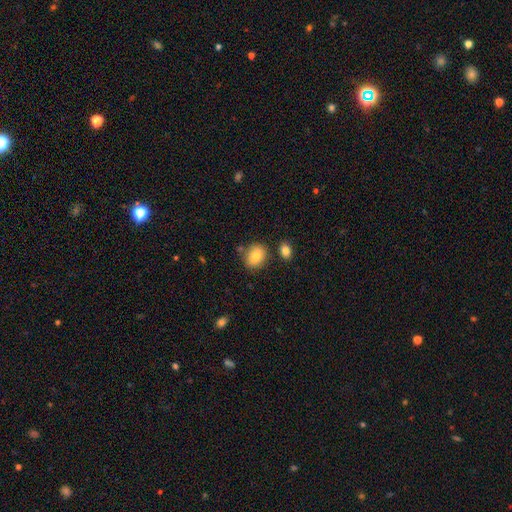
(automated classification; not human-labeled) This is likely a smooth galaxy (79%). How rounded: possibly in between (53%). Merging: likely none (77%).